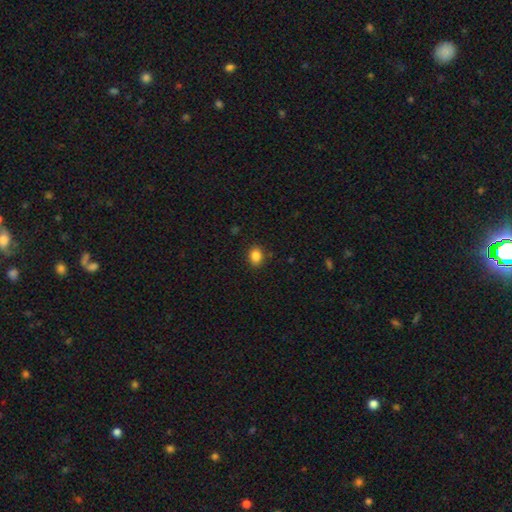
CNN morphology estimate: This is clearly a smooth galaxy (86%). How rounded: likely in between (61%). Merging: clearly none (87%).